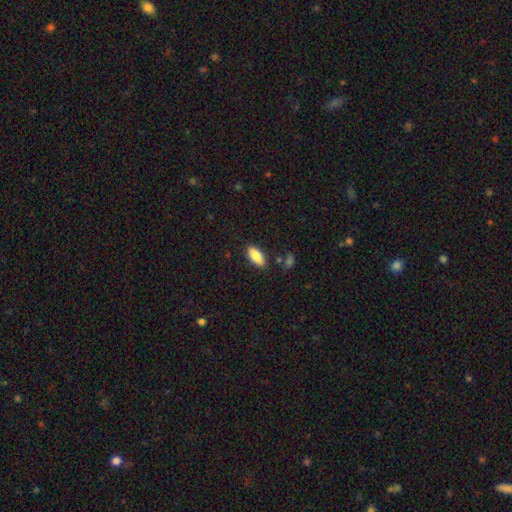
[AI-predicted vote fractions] Smooth or featured? smooth (83%)
How rounded? in between (87%)
Merging? none (84%)